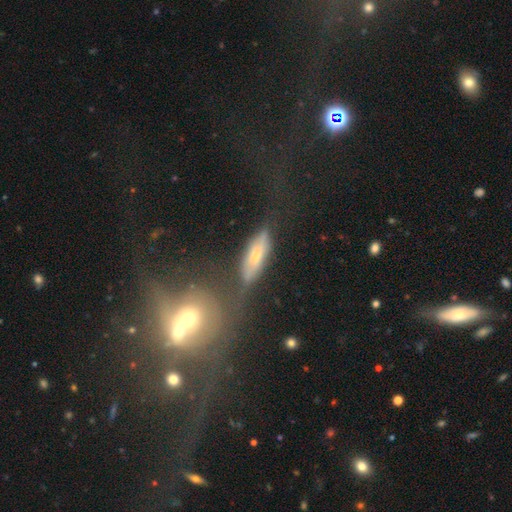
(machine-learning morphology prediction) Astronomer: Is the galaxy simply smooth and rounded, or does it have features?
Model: smooth — 50% (runner-up: featured or disk, 40%).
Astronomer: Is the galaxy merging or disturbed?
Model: none — 53%.